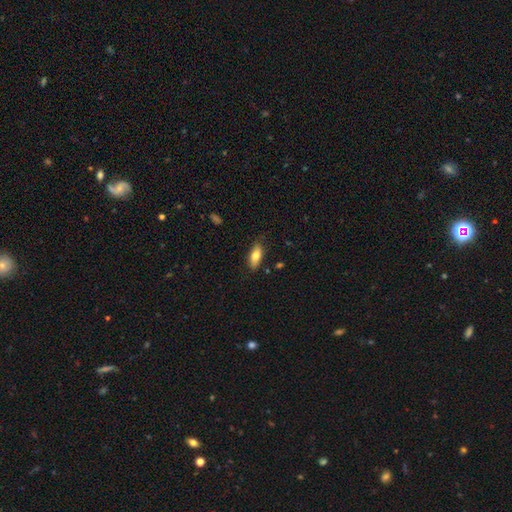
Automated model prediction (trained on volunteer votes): Q: Smooth or featured?
A: smooth (74%); runner-up: featured or disk (20%)
Q: How rounded?
A: in between (79%); runner-up: cigar-shaped (18%)
Q: Merging?
A: none (80%); runner-up: minor disturbance (15%)